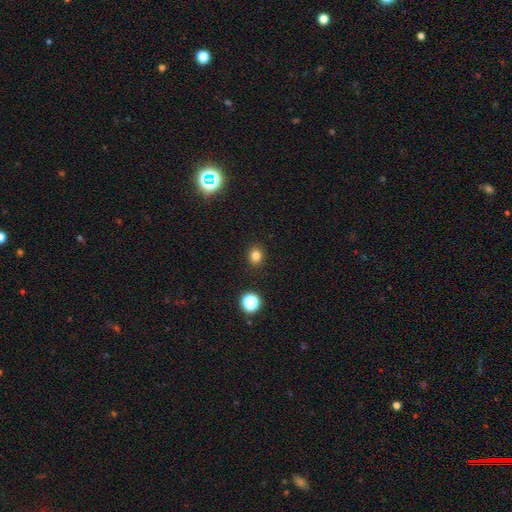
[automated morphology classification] The model was most divided on "how rounded": round: 74%, in between: 25%, cigar-shaped: 1%. More confident: merging — none (90%); smooth or featured — smooth (81%).